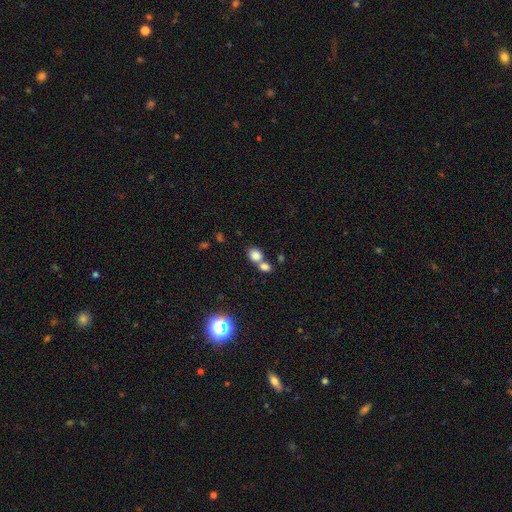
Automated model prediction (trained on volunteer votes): A smooth galaxy with no disk features (81%) that is round (53%).

Vote fractions:
- Smooth or featured? smooth: 81% / star or artifact: 11% / featured or disk: 8%
- How rounded? round: 53% / in between: 45% / cigar-shaped: 1%
- Merging? merger: 50% / none: 39% / minor disturbance: 8% / major disturbance: 4%